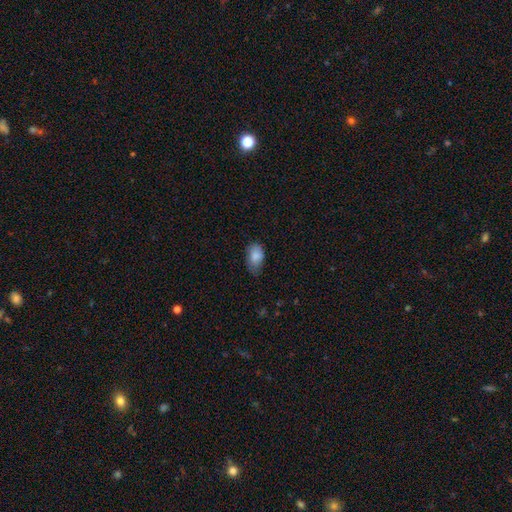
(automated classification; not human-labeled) smooth-or-featured: smooth: 84% | featured or disk: 9% | star or artifact: 7%
  how-rounded: in between: 90% | round: 8% | cigar-shaped: 2%
  merging: none: 54% | minor disturbance: 36% | major disturbance: 8% | merger: 1%